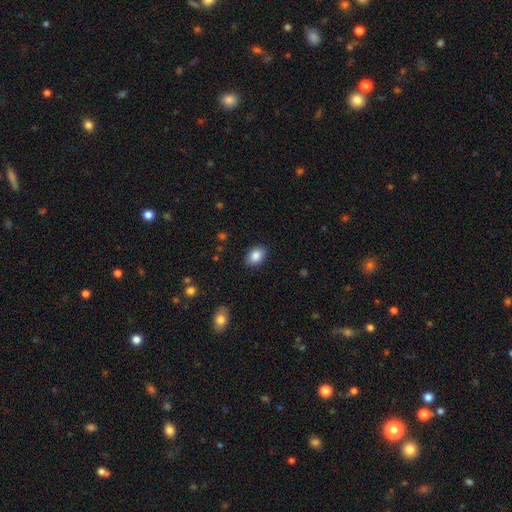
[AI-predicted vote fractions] Morphology: type=smooth (86%); roundness=in between (78%); merging=none (88%).